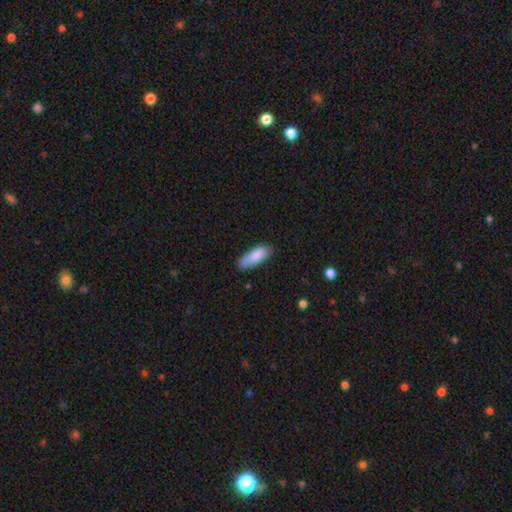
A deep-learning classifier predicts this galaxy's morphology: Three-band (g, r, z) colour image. It shows a smooth galaxy with no disk features (85%) that is in between round and cigar-shaped (63%). Merging: none (76%).